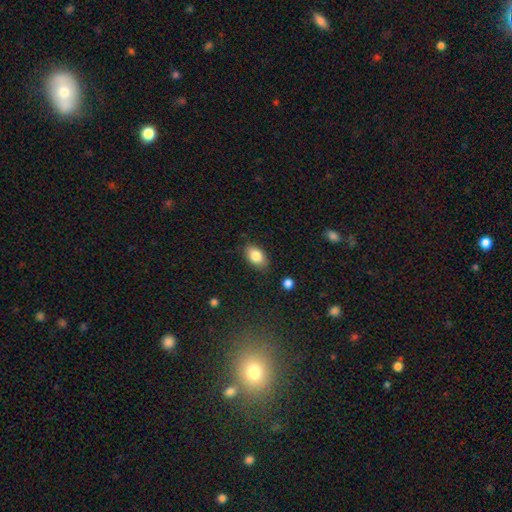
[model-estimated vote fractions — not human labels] Overall: smooth (83%). How rounded: in between (88%). Merging: none (82%).